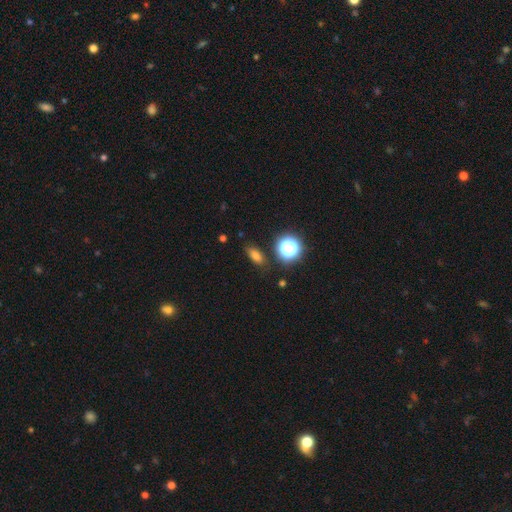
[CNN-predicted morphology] Q: Smooth or featured?
A: smooth (73%); runner-up: star or artifact (19%)
Q: How rounded?
A: in between (74%); runner-up: round (16%)
Q: Merging?
A: none (84%); runner-up: minor disturbance (11%)